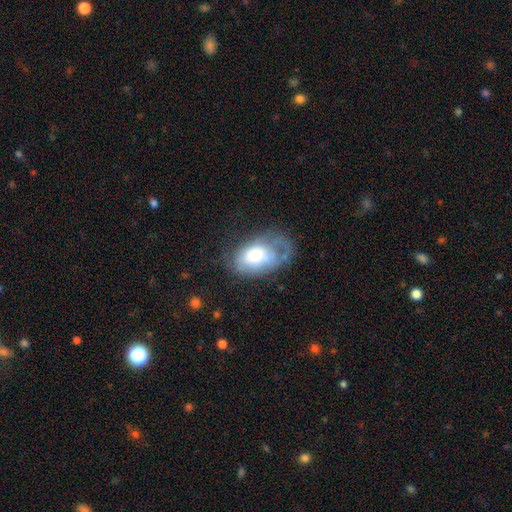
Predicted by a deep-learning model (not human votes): smooth_or_featured: smooth (p=0.58) [alt: featured or disk p=0.34]
how_rounded: in between (p=0.87) [alt: round p=0.12]
merging: major disturbance (p=0.36) [alt: none p=0.33]